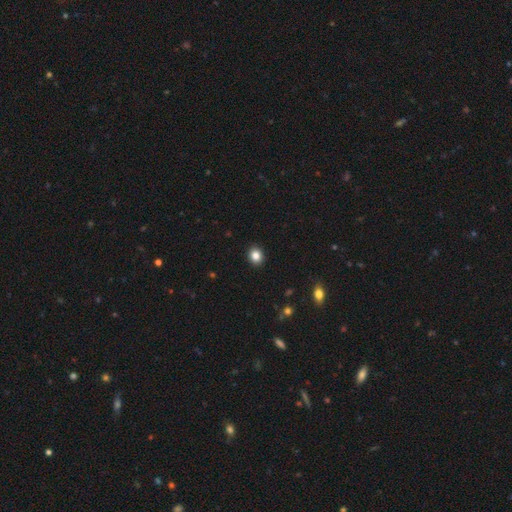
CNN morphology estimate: Overall: smooth (84%). How rounded: round (65%; in between 34%). Merging: none (92%).